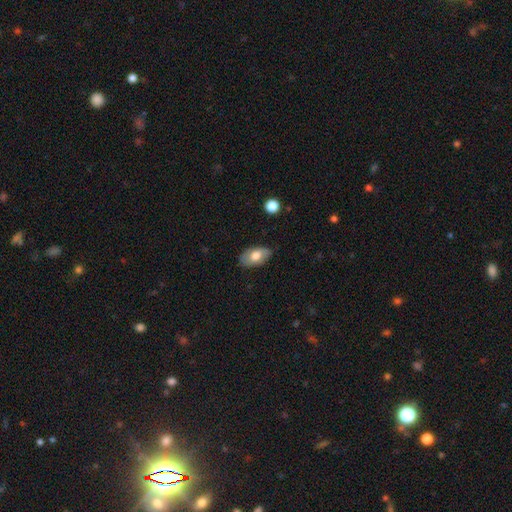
Overall: smooth (74%). How rounded: in between (96%). Merging: none (69%; minor disturbance 31%).